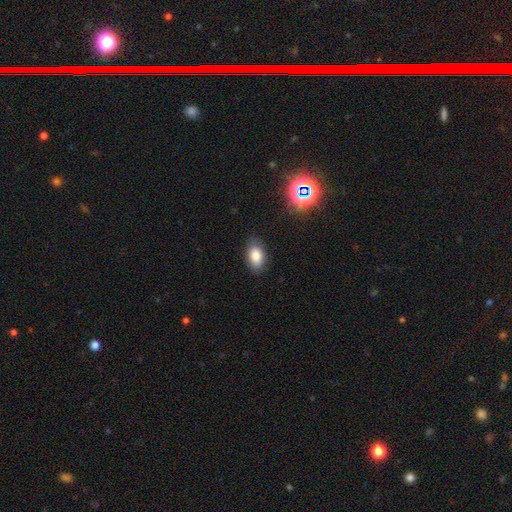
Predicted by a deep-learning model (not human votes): A smooth galaxy with no disk features (81%) that is in between round and cigar-shaped (92%). Merging: none (84%).